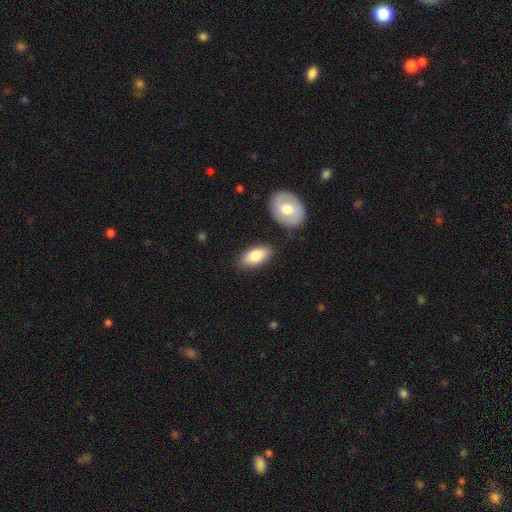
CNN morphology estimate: Overall: smooth (80%). How rounded: in between (92%). Merging: none (80%).